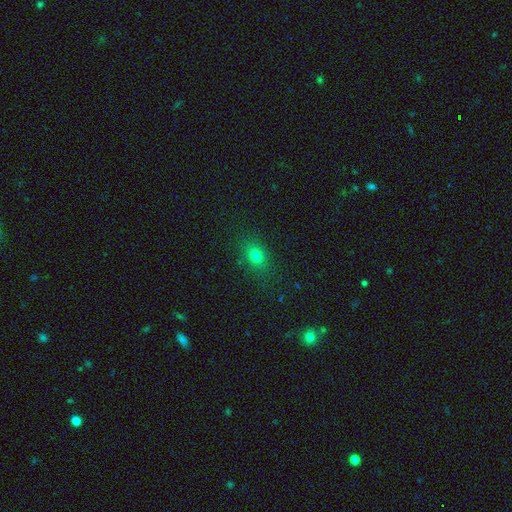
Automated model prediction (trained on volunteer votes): Smooth or featured? Predicted: smooth (p=0.76). How rounded? Predicted: in between (p=0.64). Merging? Predicted: none (p=0.84).